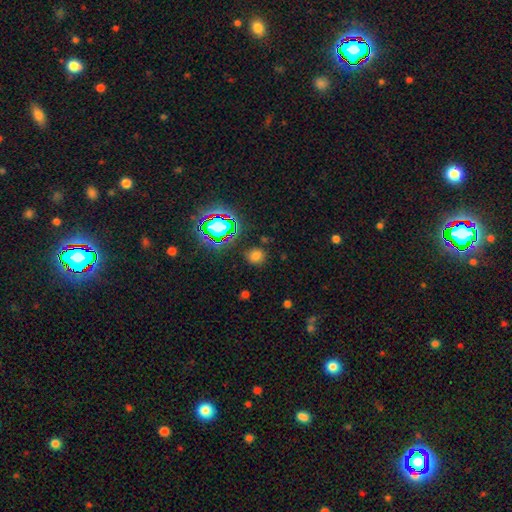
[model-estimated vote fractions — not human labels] Smooth or featured? Predicted: smooth (p=0.68). How rounded? Predicted: round (p=0.84). Merging? Predicted: none (p=0.85).